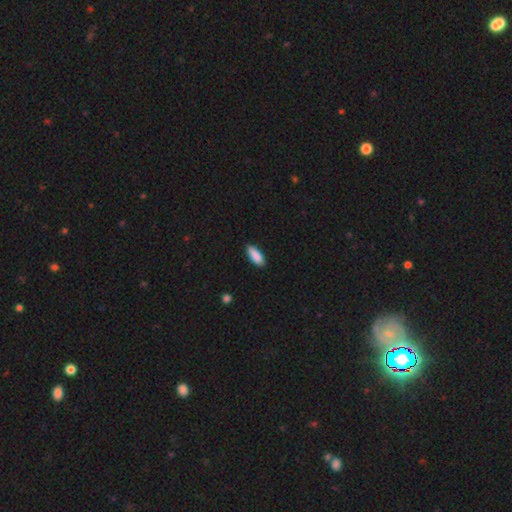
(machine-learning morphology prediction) Smooth or featured? Predicted: smooth (p=0.89). How rounded? Predicted: in between (p=0.75). Merging? Predicted: none (p=0.87).